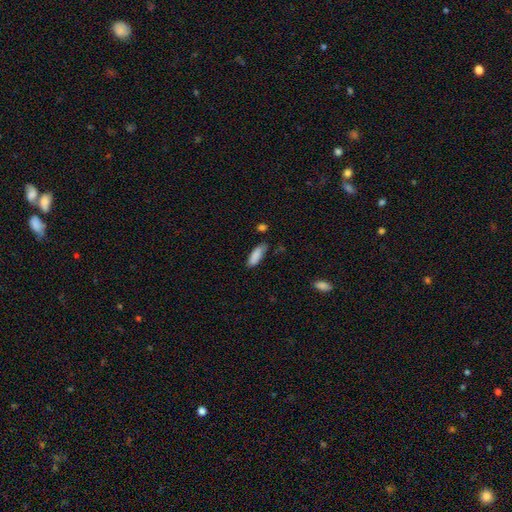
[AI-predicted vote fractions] smooth-or-featured: smooth: 88% | star or artifact: 6% | featured or disk: 6%
  how-rounded: in between: 62% | cigar-shaped: 37% | round: 2%
  merging: none: 76% | minor disturbance: 18% | major disturbance: 3% | merger: 3%